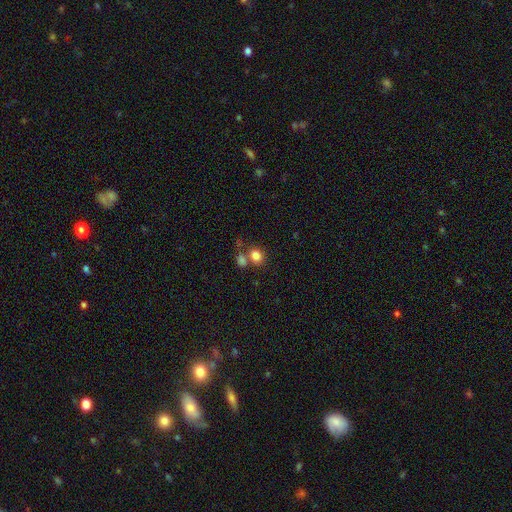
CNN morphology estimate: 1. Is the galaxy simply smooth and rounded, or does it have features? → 82% smooth, 11% star or artifact, 7% featured or disk.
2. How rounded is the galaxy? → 63% round, 36% in between, 1% cigar-shaped.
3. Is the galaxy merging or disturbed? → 52% none, 32% merger, 10% minor disturbance, 5% major disturbance.